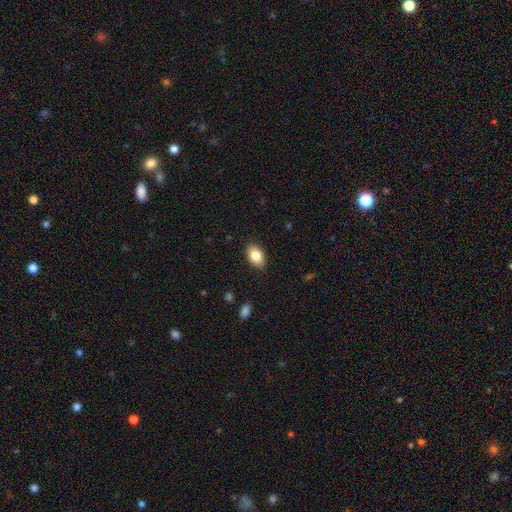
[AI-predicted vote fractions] Smooth or featured?
  - smooth: 84% *
  - featured or disk: 8%
  - star or artifact: 7%
How rounded?
  - in between: 88% *
  - round: 10%
  - cigar-shaped: 1%
Merging?
  - none: 87% *
  - minor disturbance: 10%
  - major disturbance: 2%
  - merger: 1%